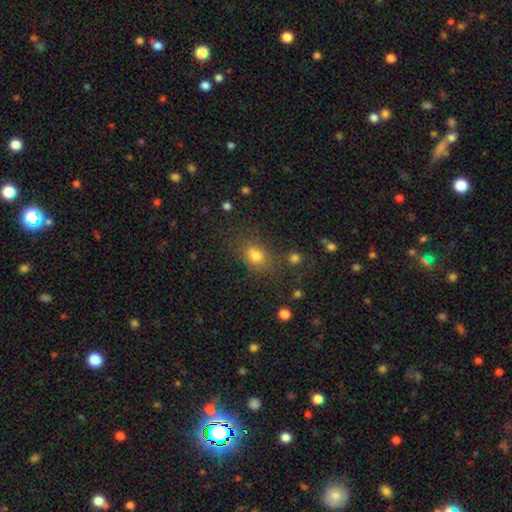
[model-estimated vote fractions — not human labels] Smooth or featured? Predicted: smooth (p=0.75). How rounded? Predicted: in between (p=0.57). Merging? Predicted: none (p=0.62).